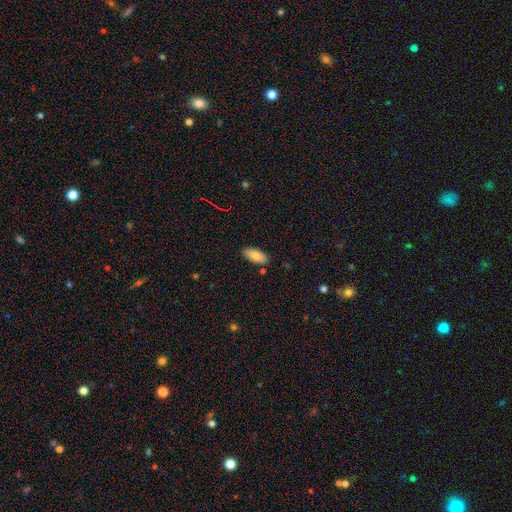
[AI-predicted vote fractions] This is clearly a smooth galaxy (84%). How rounded: clearly in between (89%). Merging: clearly none (86%).